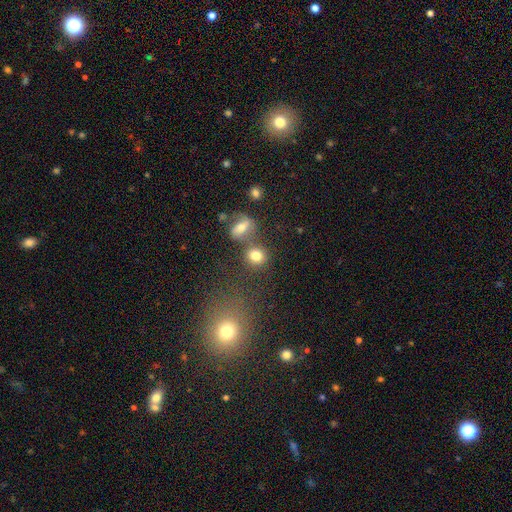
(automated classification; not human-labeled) Morphology: type=smooth (79%); roundness=round (77%); merging=none (61%).